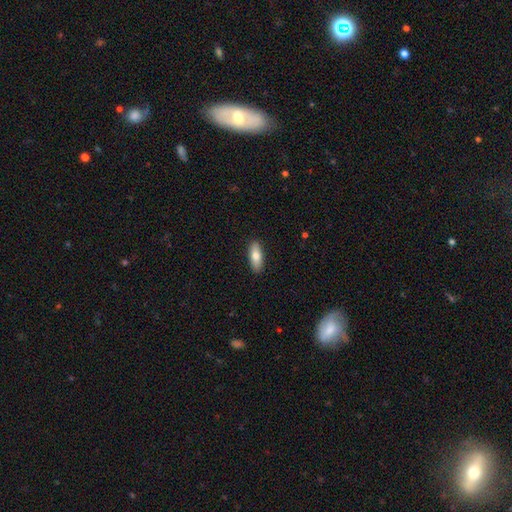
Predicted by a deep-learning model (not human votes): smooth_or_featured: smooth (p=0.79) [alt: featured or disk p=0.15]
how_rounded: in between (p=0.72) [alt: cigar-shaped p=0.26]
merging: none (p=0.90) [alt: minor disturbance p=0.08]